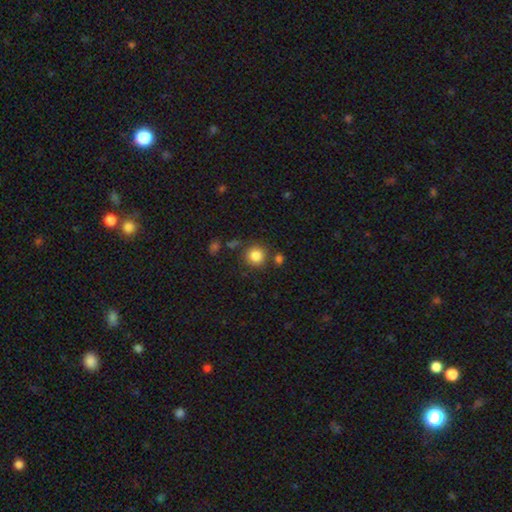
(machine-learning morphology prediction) Smooth or featured? smooth (84%)
How rounded? round (92%)
Merging? none (79%)